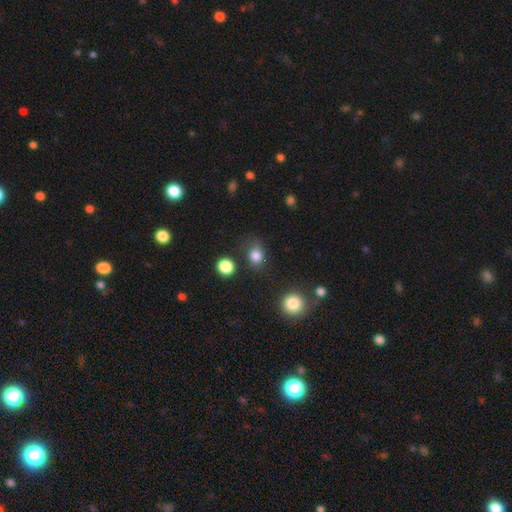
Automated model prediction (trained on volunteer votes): Overall: smooth (83%). How rounded: round (57%; in between 42%). Merging: none (68%).